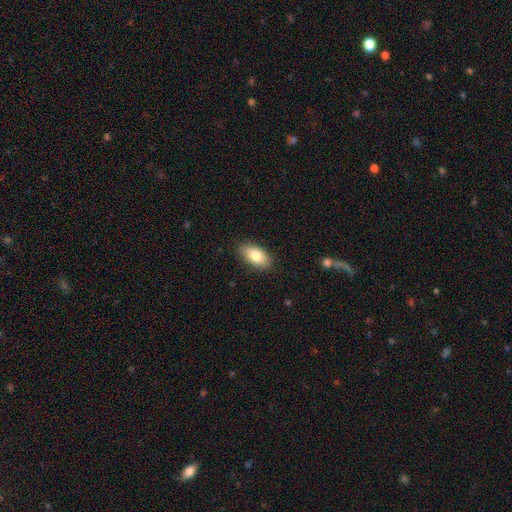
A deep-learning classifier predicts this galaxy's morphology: smooth 80%, featured or disk 13%, star or artifact 7%. Down the decision tree: how rounded — in between (92%); merging — none (87%).